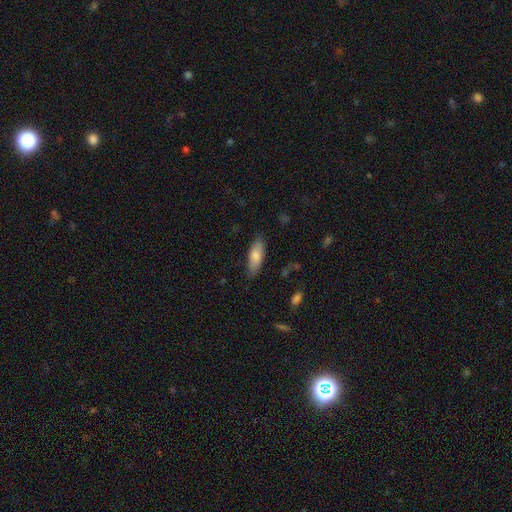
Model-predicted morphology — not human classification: Smooth or featured? smooth (79%)
How rounded? in between (66%)
Merging? none (82%)